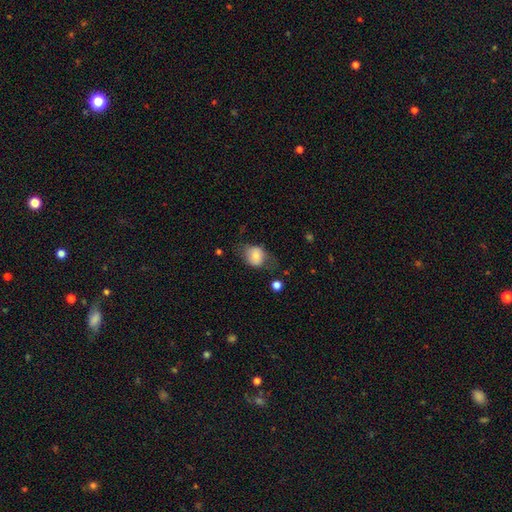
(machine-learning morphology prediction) Smooth or featured? smooth (70%)
How rounded? in between (56%)
Merging? none (53%)